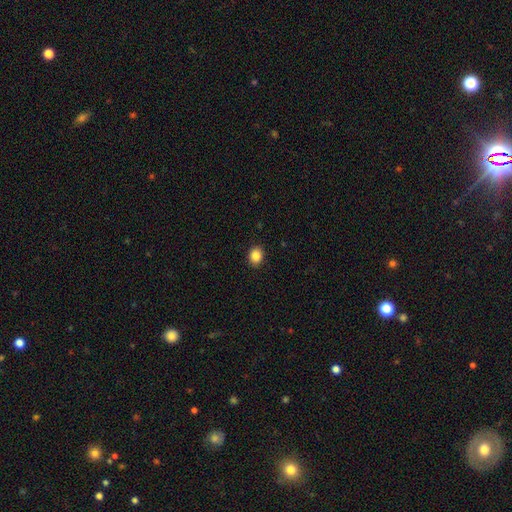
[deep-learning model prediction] smooth_or_featured: smooth (p=0.87) [alt: star or artifact p=0.10]
how_rounded: round (p=0.58) [alt: in between p=0.41]
merging: none (p=0.91) [alt: minor disturbance p=0.06]